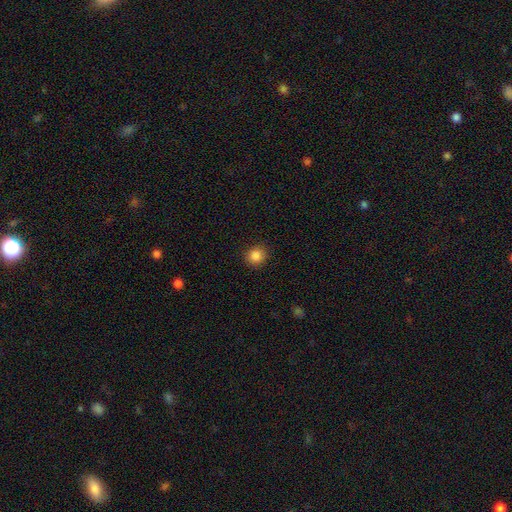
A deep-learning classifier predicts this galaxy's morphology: Smooth or featured? Predicted: smooth (p=0.85). How rounded? Predicted: round (p=0.89). Merging? Predicted: none (p=0.91).